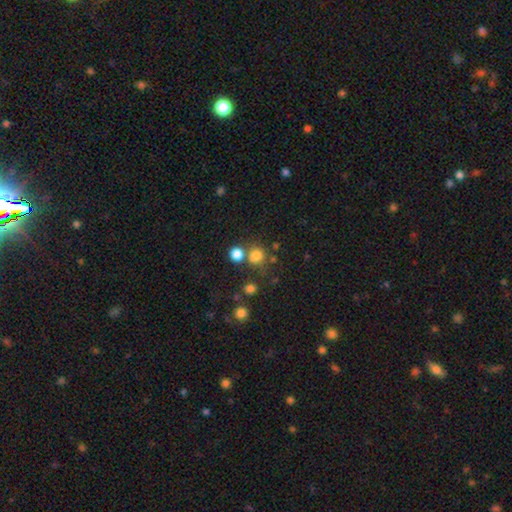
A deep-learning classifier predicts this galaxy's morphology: This is likely a smooth galaxy (77%). How rounded: likely round (78%). Merging: likely none (61%).